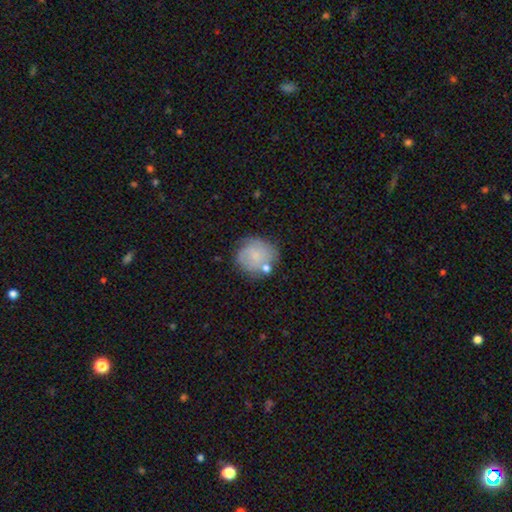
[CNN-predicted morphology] The model was most divided on "smooth or featured": smooth: 58%, featured or disk: 33%, star or artifact: 8%. More confident: how rounded — round (85%); merging — none (61%).